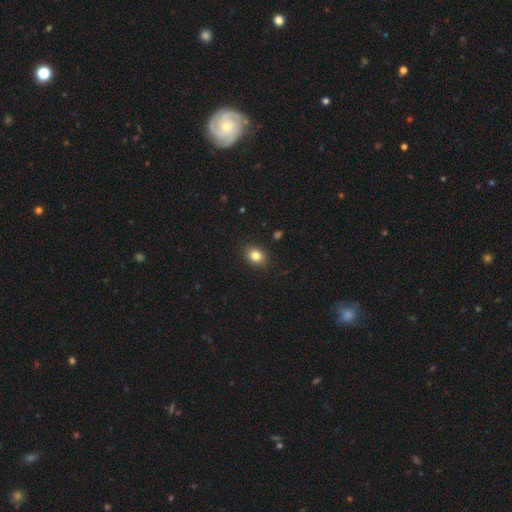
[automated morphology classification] This is clearly a smooth galaxy (82%). How rounded: possibly round (50%). Merging: clearly none (89%).